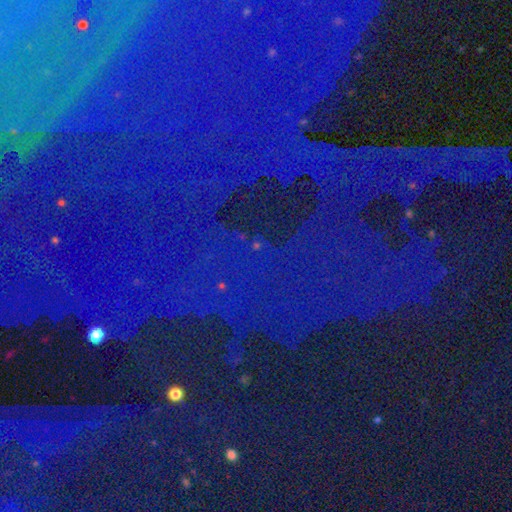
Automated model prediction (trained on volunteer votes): A star or artifact, not a galaxy (86%).

Vote fractions:
- Smooth or featured? star or artifact: 86% / smooth: 8% / featured or disk: 6%